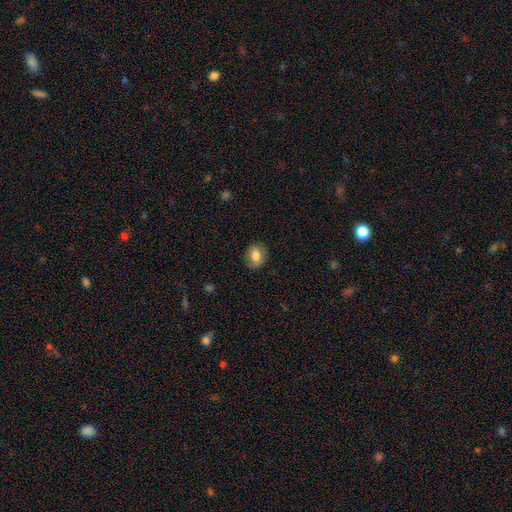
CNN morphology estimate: The model was most divided on "how rounded": in between: 59%, round: 40%, cigar-shaped: 1%. More confident: merging — none (80%); smooth or featured — smooth (79%).